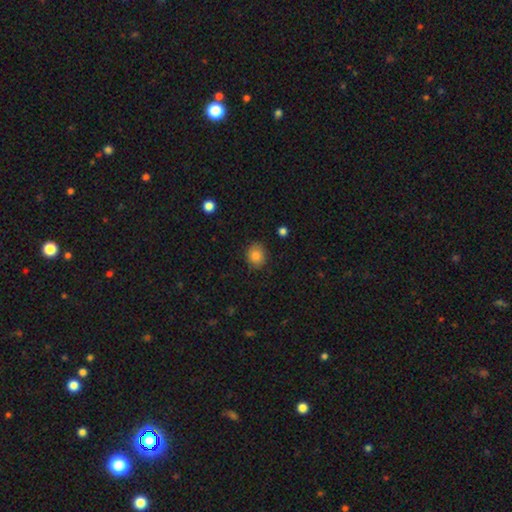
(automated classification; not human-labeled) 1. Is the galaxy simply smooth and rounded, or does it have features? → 85% smooth, 9% star or artifact, 6% featured or disk.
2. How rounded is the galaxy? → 72% round, 27% in between, 1% cigar-shaped.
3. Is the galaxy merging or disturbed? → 86% none, 11% minor disturbance, 2% major disturbance, 1% merger.